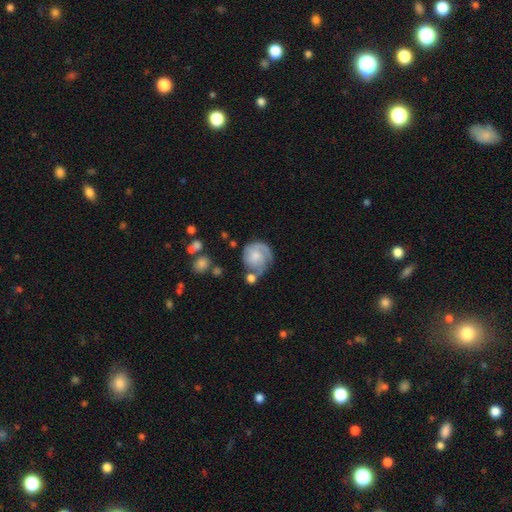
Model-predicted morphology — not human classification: This appears to be a featured or disk galaxy (61%) with no bar (73%), 1 (33%) tight (55%) spiral arms (84%) and a moderate central bulge (41%). Merging: none (50%).